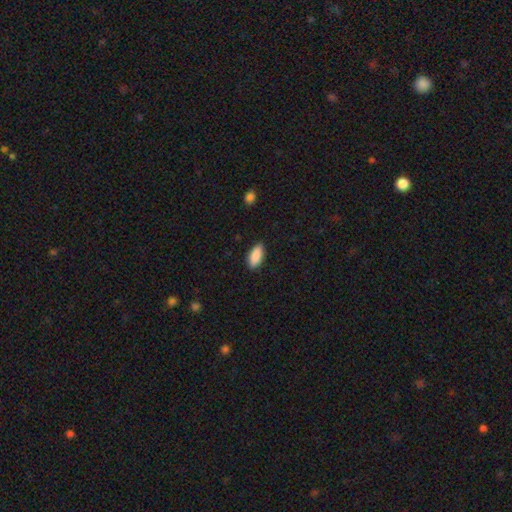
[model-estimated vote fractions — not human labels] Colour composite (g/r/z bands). It shows a smooth galaxy with no disk features (90%) that is in between round and cigar-shaped (89%). Merging: none (87%).